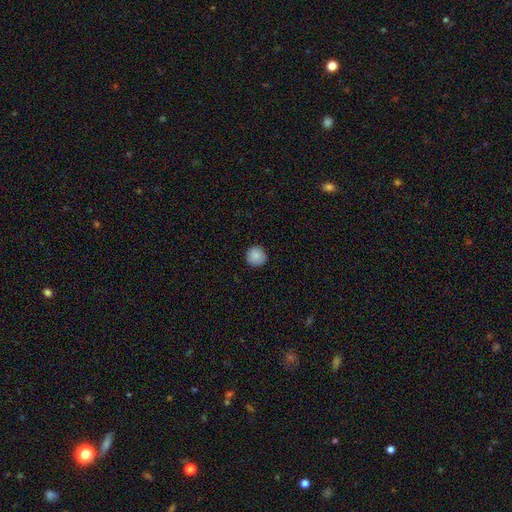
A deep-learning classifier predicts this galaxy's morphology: This appears to be a smooth galaxy with no disk features (88%) that is round (95%). Merging: none (92%).